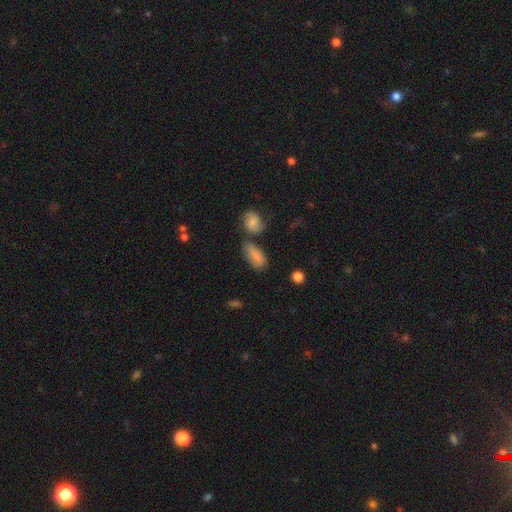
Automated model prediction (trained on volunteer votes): Smooth or featured? smooth (82%)
How rounded? in between (87%)
Merging? none (56%)